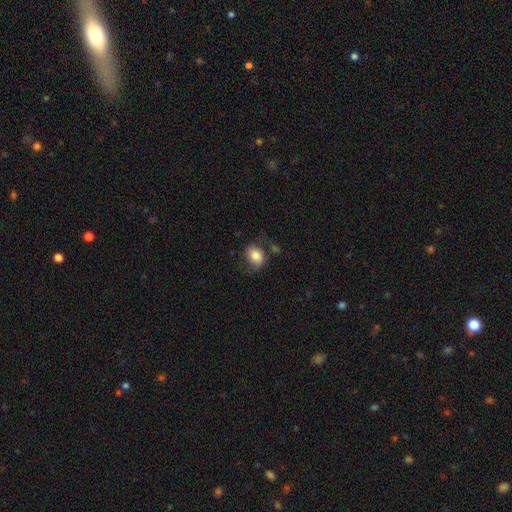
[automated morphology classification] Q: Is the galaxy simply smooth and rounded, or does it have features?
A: smooth — 76%.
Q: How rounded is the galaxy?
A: in between — 65%.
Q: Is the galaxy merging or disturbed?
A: none — 57%.